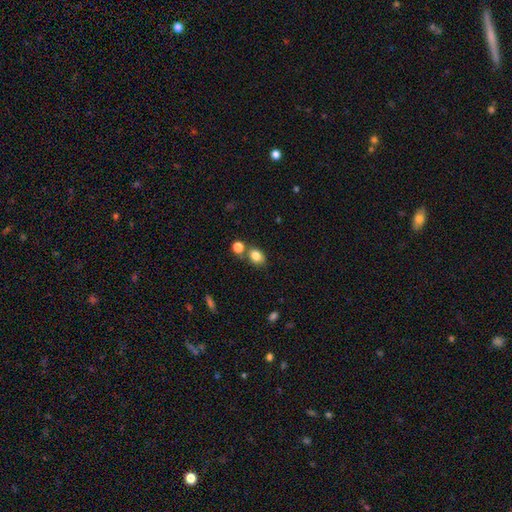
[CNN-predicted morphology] Smooth or featured?
  - smooth: 82% *
  - star or artifact: 11%
  - featured or disk: 7%
How rounded?
  - in between: 58% *
  - round: 41%
  - cigar-shaped: 1%
Merging?
  - none: 64% *
  - merger: 21%
  - minor disturbance: 12%
  - major disturbance: 4%